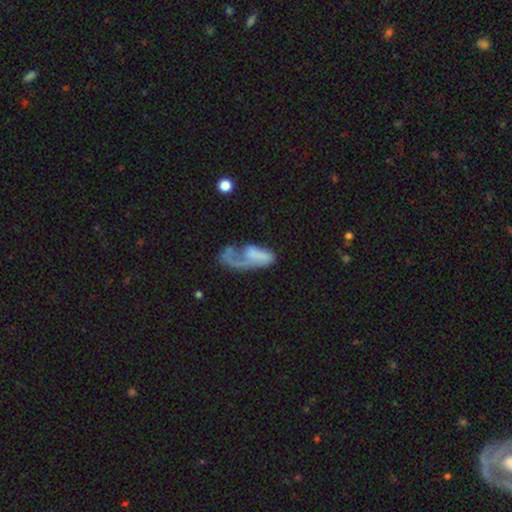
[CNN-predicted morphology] Overall: featured or disk (53%; smooth 39%). Edge-on disk: no (94%). Merging: major disturbance (53%; none 21%).